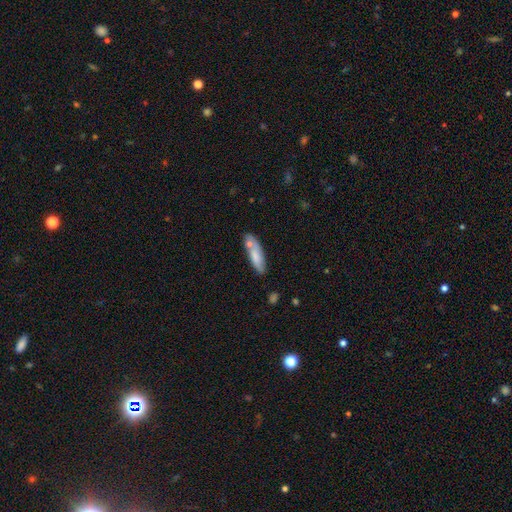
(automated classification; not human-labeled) Smooth or featured: smooth — 74% (featured or disk — 20%)
How rounded: cigar-shaped — 54% (in between — 44%)
Merging: none — 63% (minor disturbance — 18%)